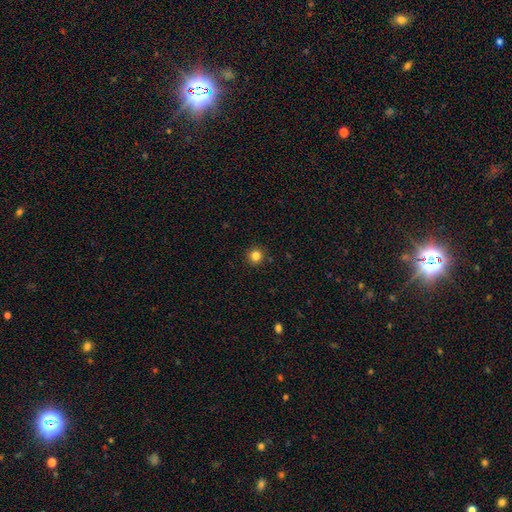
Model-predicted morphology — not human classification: The model was most divided on "smooth or featured": smooth: 84%, star or artifact: 12%, featured or disk: 4%. More confident: how rounded — round (94%); merging — none (92%).